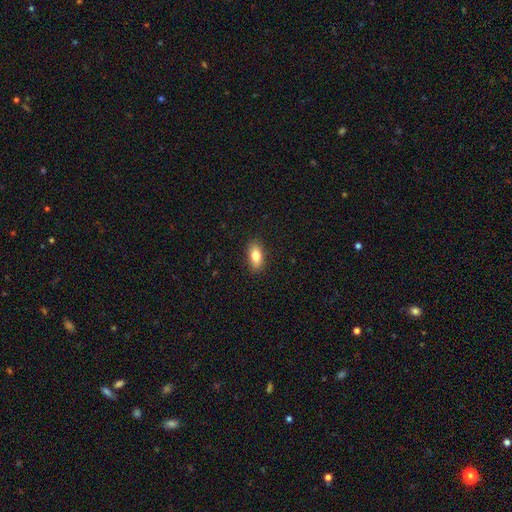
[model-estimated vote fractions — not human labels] Overall: smooth (79%). How rounded: in between (85%). Merging: none (88%).